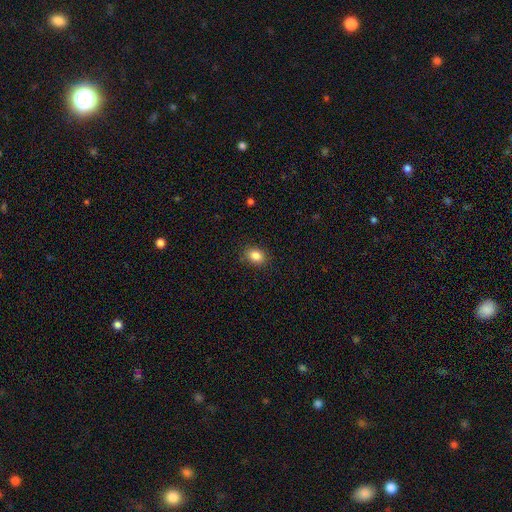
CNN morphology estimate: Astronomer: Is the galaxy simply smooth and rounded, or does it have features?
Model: smooth — 85%.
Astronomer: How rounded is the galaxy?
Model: in between — 62% (runner-up: round, 37%).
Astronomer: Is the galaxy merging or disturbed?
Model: none — 88%.